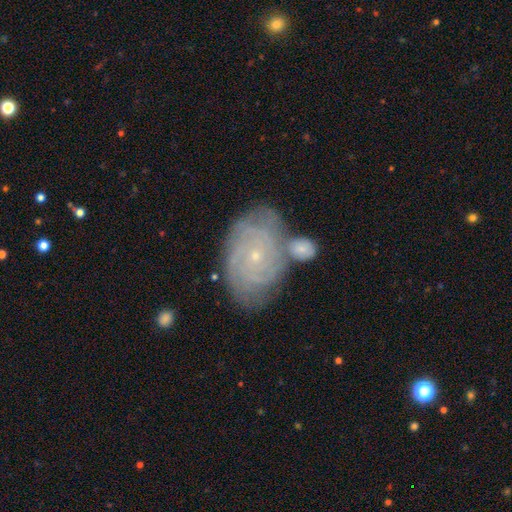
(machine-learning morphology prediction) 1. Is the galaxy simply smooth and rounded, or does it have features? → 82% featured or disk, 12% smooth, 7% star or artifact.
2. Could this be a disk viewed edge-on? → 97% no, 3% yes.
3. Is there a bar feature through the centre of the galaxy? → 79% no, 18% weak, 4% strong.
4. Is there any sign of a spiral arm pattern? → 94% yes, 6% no.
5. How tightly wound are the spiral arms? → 79% tight, 17% medium, 4% loose.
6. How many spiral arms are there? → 38% can't tell, 18% 4, 15% 3, 13% 2, 10% more than 4, 6% 1.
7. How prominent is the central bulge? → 84% small, 13% moderate, 1% none, 1% large, 1% dominant.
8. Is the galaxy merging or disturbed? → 58% none, 19% merger, 17% minor disturbance, 6% major disturbance.